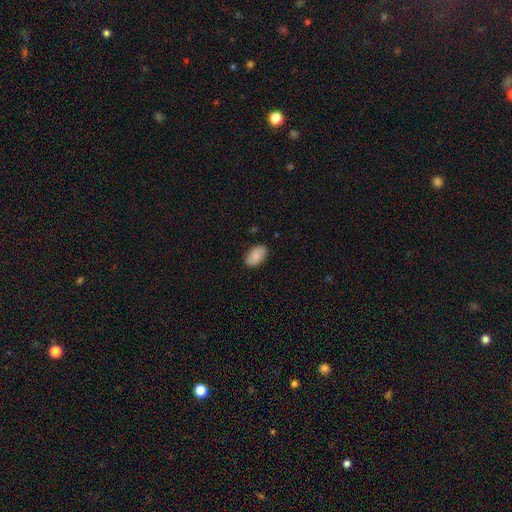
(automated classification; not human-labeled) Q: Smooth or featured?
A: smooth (83%); runner-up: featured or disk (10%)
Q: How rounded?
A: in between (93%); runner-up: round (5%)
Q: Merging?
A: none (85%); runner-up: minor disturbance (12%)